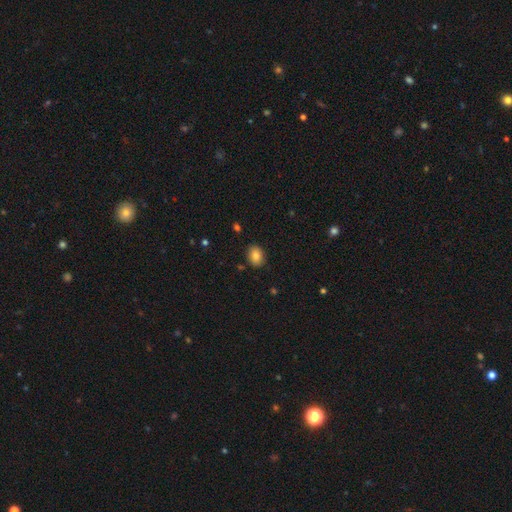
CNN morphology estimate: Smooth or featured: smooth — 83% (star or artifact — 9%)
How rounded: in between — 64% (round — 35%)
Merging: none — 88% (minor disturbance — 9%)